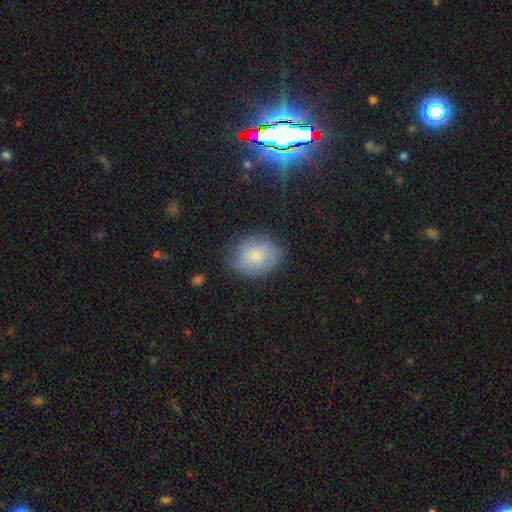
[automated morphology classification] smooth_or_featured: smooth (p=0.70) [alt: featured or disk p=0.21]
how_rounded: round (p=0.58) [alt: in between p=0.41]
merging: none (p=0.69) [alt: minor disturbance p=0.23]